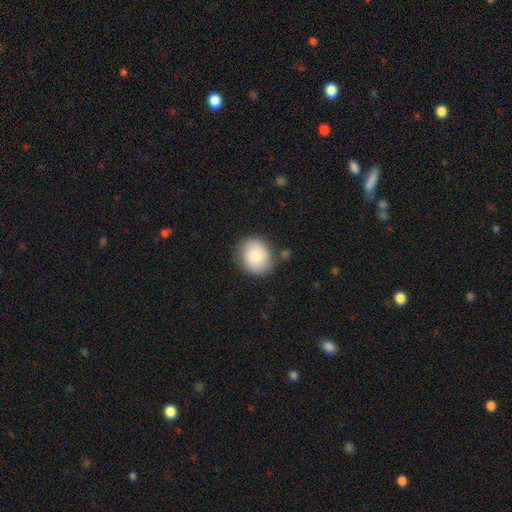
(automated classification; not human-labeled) smooth-or-featured: smooth: 80% | featured or disk: 13% | star or artifact: 7%
  how-rounded: round: 64% | in between: 35% | cigar-shaped: 1%
  merging: none: 77% | minor disturbance: 16% | major disturbance: 4% | merger: 3%